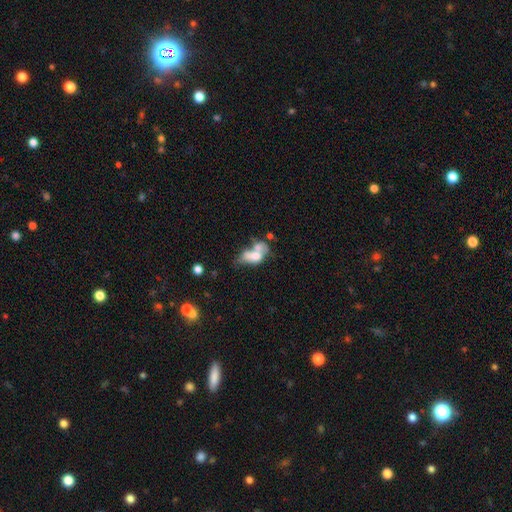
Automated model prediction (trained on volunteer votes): A smooth galaxy with no disk features (55%) that is in between round and cigar-shaped (79%).

Vote fractions:
- Smooth or featured? smooth: 55% / featured or disk: 35% / star or artifact: 10%
- How rounded? in between: 79% / round: 16% / cigar-shaped: 5%
- Merging? merger: 62% / major disturbance: 15% / none: 14% / minor disturbance: 9%